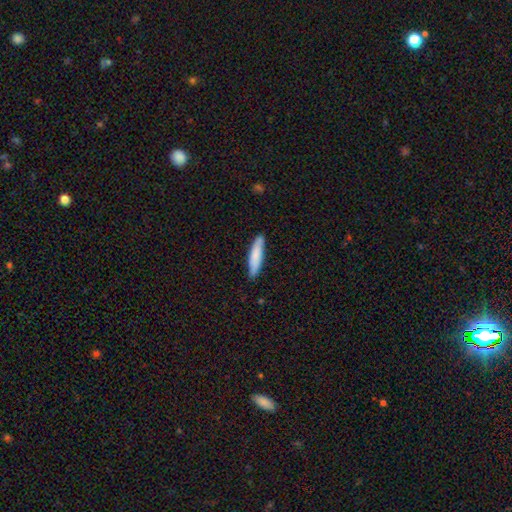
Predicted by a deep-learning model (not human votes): A smooth galaxy with no disk features (80%) that is cigar-shaped (80%). Merging: none (85%).